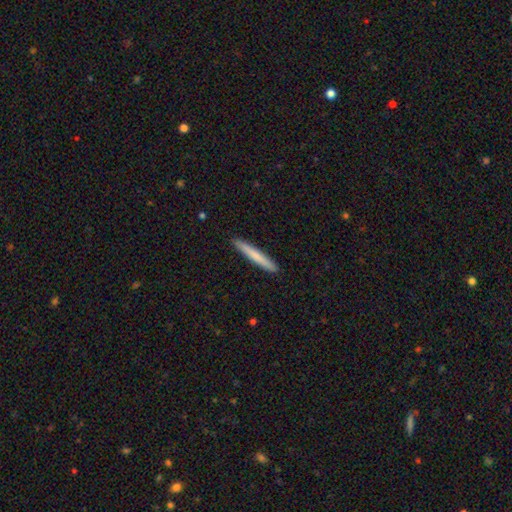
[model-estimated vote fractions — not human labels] Morphology: type=smooth (74%); roundness=cigar-shaped (96%); merging=none (92%).